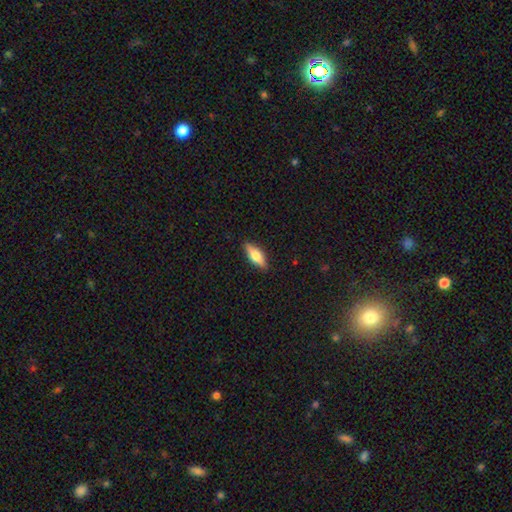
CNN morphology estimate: The model was most divided on "how rounded": in between: 58%, cigar-shaped: 39%, round: 3%. More confident: merging — none (87%); smooth or featured — smooth (61%).